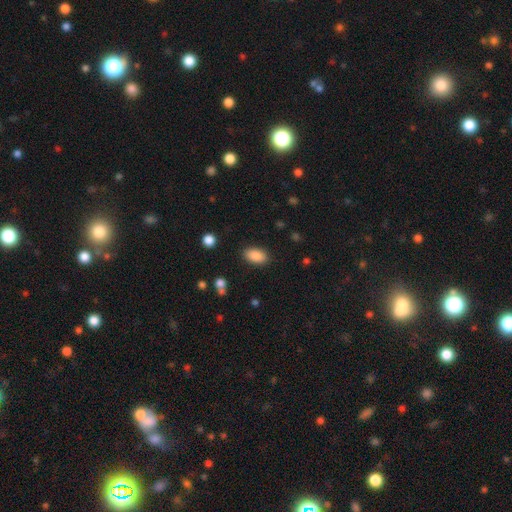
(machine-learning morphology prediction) Q: Smooth or featured?
A: smooth (87%); runner-up: star or artifact (8%)
Q: How rounded?
A: in between (92%); runner-up: round (6%)
Q: Merging?
A: none (87%); runner-up: minor disturbance (9%)